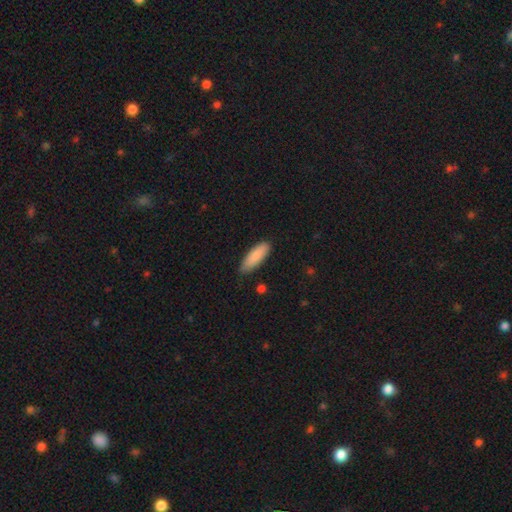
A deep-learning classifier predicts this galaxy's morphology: A smooth galaxy with no disk features (85%) that is in between round and cigar-shaped (58%).

Vote fractions:
- Smooth or featured? smooth: 85% / featured or disk: 9% / star or artifact: 6%
- How rounded? in between: 58% / cigar-shaped: 41% / round: 2%
- Merging? none: 82% / minor disturbance: 14% / major disturbance: 2% / merger: 1%